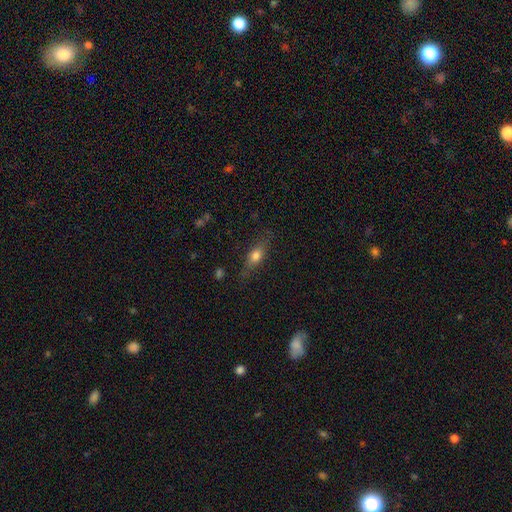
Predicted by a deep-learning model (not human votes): This is likely a smooth galaxy (66%). How rounded: possibly in between (59%). Merging: likely none (76%).